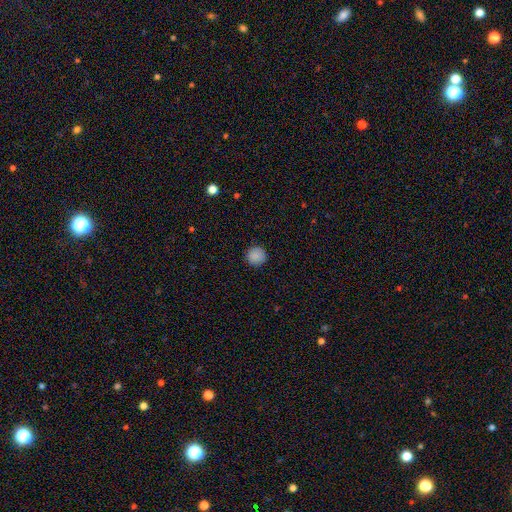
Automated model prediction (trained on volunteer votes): Overall: smooth (88%). How rounded: round (95%). Merging: none (91%).